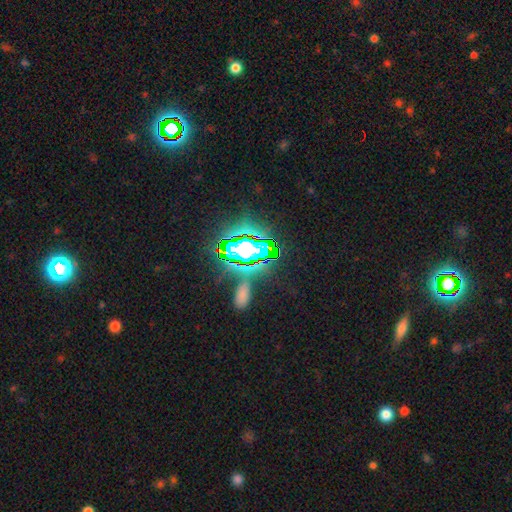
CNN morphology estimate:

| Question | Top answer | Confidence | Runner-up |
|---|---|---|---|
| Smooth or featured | star or artifact | 69% | smooth (17%) |